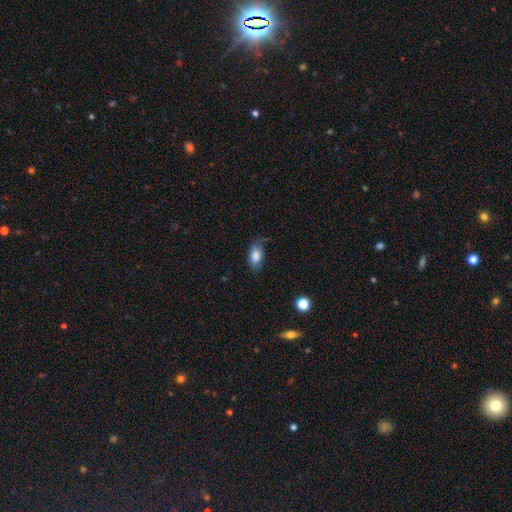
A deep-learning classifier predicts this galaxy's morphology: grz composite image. It shows a smooth galaxy with no disk features (80%) that is in between round and cigar-shaped (88%). Merging: none (64%).